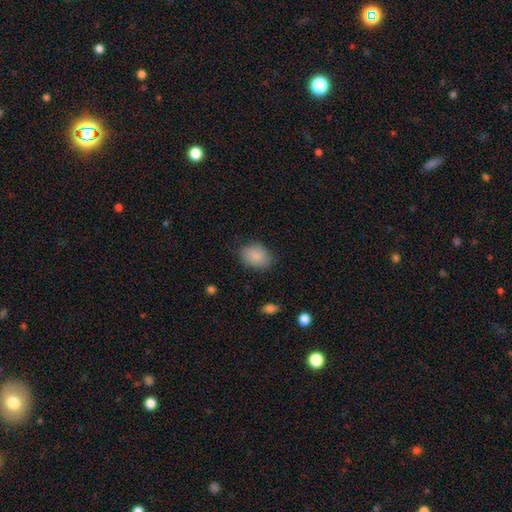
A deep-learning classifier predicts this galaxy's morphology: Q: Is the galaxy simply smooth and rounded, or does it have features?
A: smooth — 88%.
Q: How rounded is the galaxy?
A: in between — 65%.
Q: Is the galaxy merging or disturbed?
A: none — 82%.